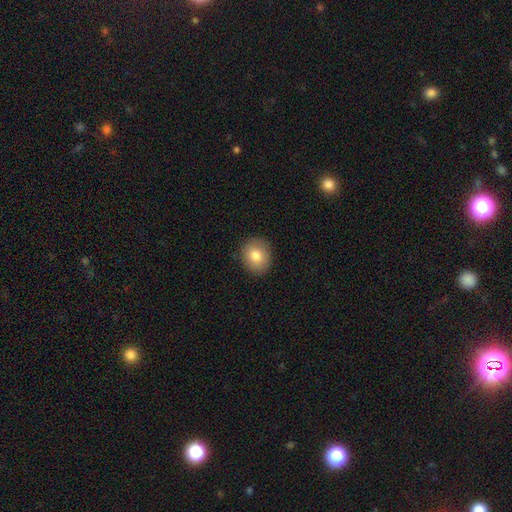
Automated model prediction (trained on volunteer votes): Overall: smooth (82%). How rounded: round (71%). Merging: none (89%).